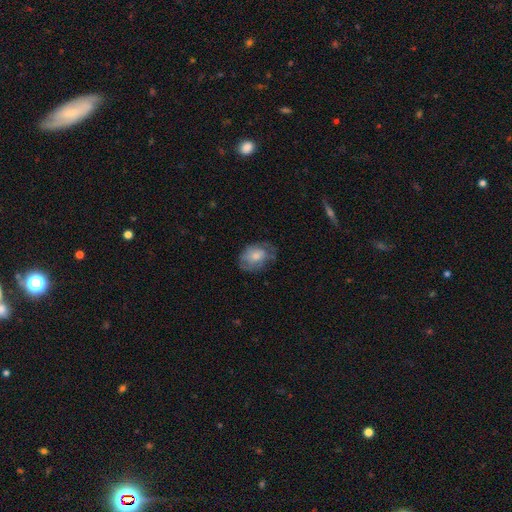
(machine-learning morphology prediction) This appears to be a smooth galaxy with no disk features (64%) that is in between round and cigar-shaped (75%). Merging: none (56%).